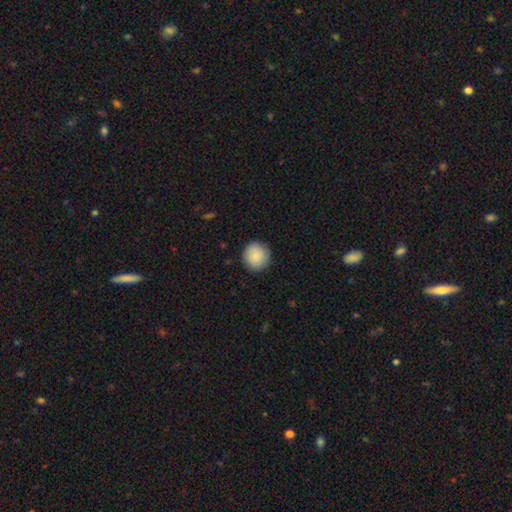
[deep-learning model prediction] smooth-or-featured: smooth: 89% | star or artifact: 7% | featured or disk: 4%
  how-rounded: round: 92% | in between: 7% | cigar-shaped: 1%
  merging: none: 90% | minor disturbance: 7% | major disturbance: 2% | merger: 1%